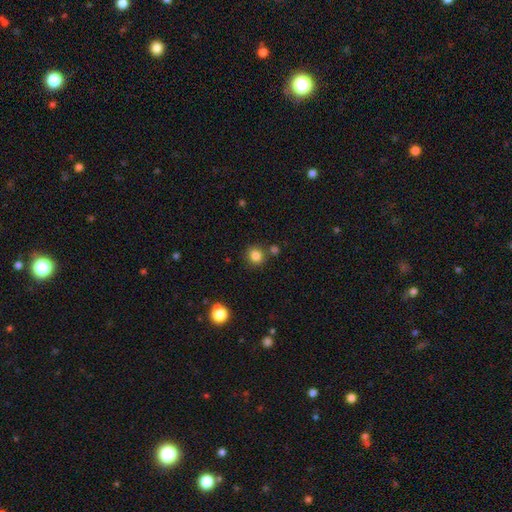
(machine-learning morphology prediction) Smooth or featured? Predicted: smooth (p=0.83). How rounded? Predicted: round (p=0.84). Merging? Predicted: none (p=0.79).